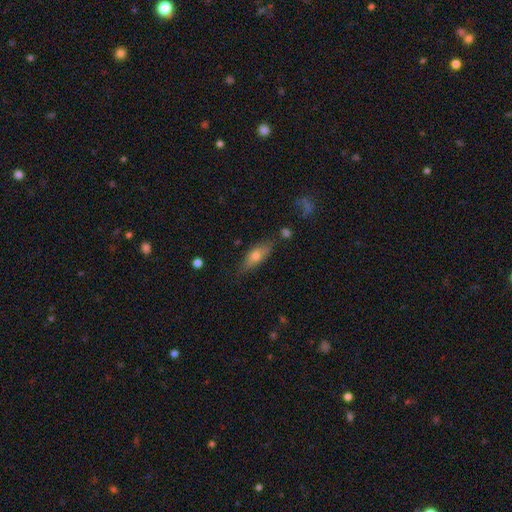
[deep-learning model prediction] smooth-or-featured: smooth: 58% | featured or disk: 34% | star or artifact: 8%
  how-rounded: in between: 61% | cigar-shaped: 35% | round: 4%
  merging: none: 73% | minor disturbance: 19% | major disturbance: 5% | merger: 4%